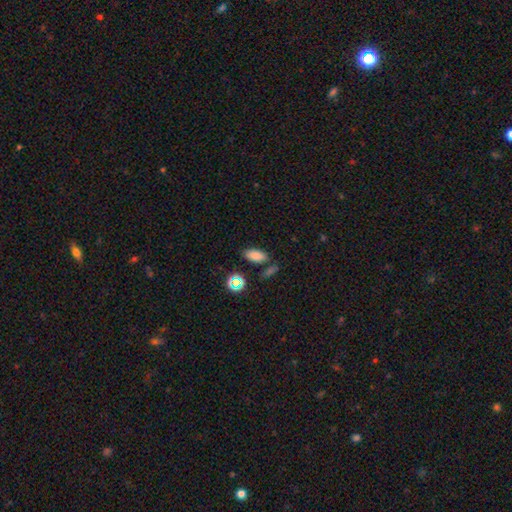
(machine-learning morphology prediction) Overall: smooth (80%). How rounded: in between (87%). Merging: none (75%).